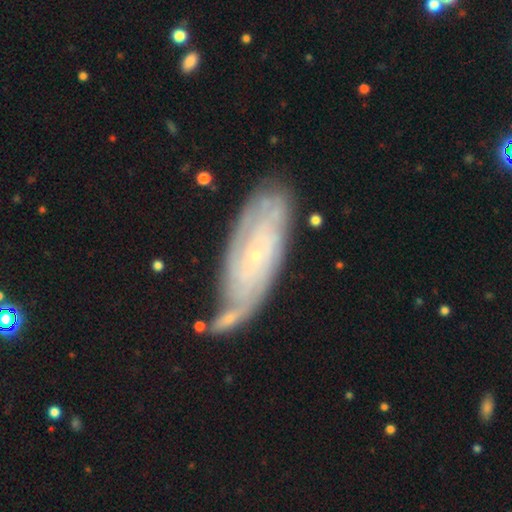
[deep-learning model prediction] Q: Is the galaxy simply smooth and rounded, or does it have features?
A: featured or disk — 76%.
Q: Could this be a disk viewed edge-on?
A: no — 89%.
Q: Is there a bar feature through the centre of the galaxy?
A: no — 77%.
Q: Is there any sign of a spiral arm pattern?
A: yes — 90%.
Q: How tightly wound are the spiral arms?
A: tight — 75%.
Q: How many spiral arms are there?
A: can't tell — 53%.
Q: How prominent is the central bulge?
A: small — 88%.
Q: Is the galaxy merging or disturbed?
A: none — 60%.